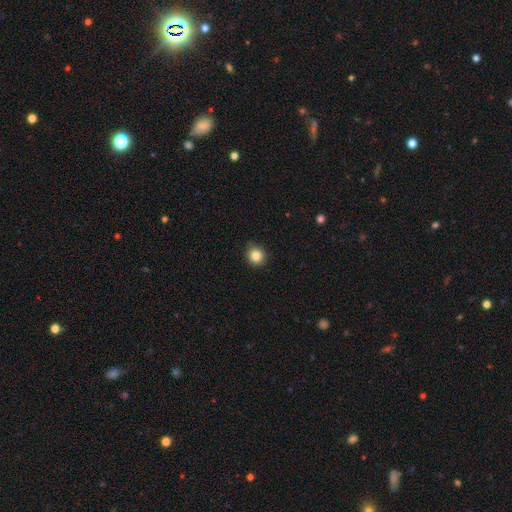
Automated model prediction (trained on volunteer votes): Overall: smooth (84%). How rounded: round (88%). Merging: none (87%).